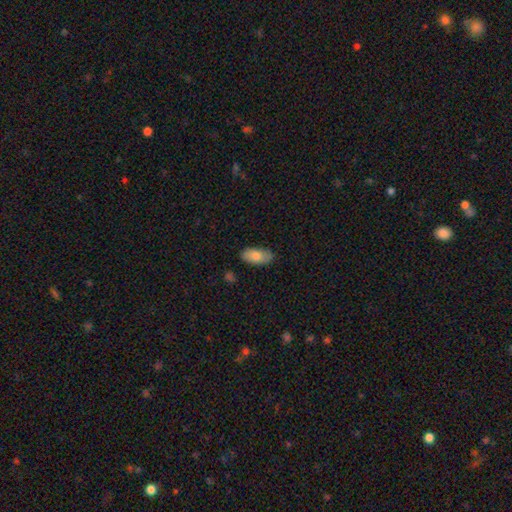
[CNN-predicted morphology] smooth_or_featured: smooth (p=0.81) [alt: featured or disk p=0.13]
how_rounded: in between (p=0.92) [alt: cigar-shaped p=0.06]
merging: none (p=0.82) [alt: minor disturbance p=0.14]